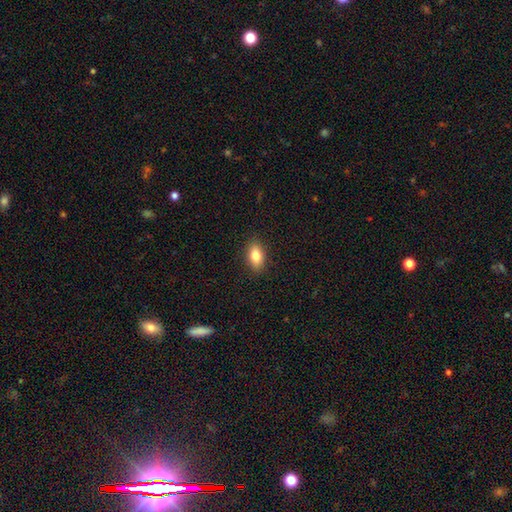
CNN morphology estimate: Smooth or featured? smooth (81%)
How rounded? in between (86%)
Merging? none (89%)